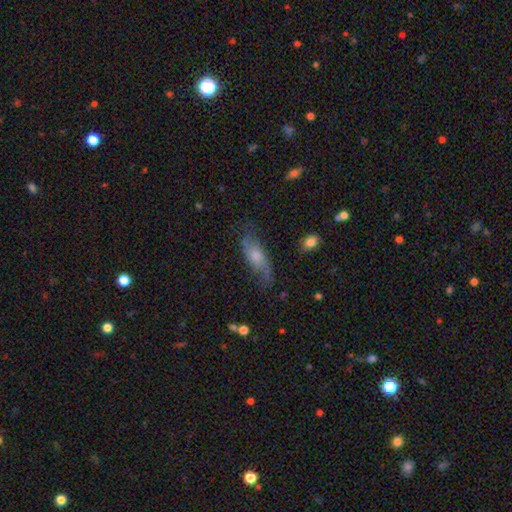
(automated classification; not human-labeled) A featured or disk galaxy (51%).

Vote fractions:
- Smooth or featured? featured or disk: 51% / smooth: 40% / star or artifact: 9%
- Edge-on disk? no: 76% / yes: 24%
- Merging? none: 64% / minor disturbance: 24% / major disturbance: 11% / merger: 2%